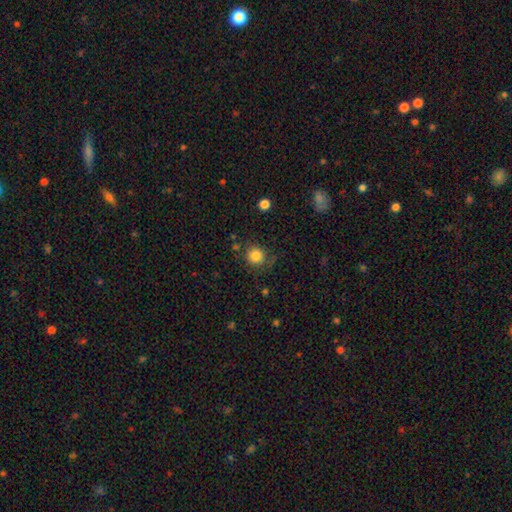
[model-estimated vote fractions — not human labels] This is clearly a smooth galaxy (83%). How rounded: clearly round (92%). Merging: likely none (79%).